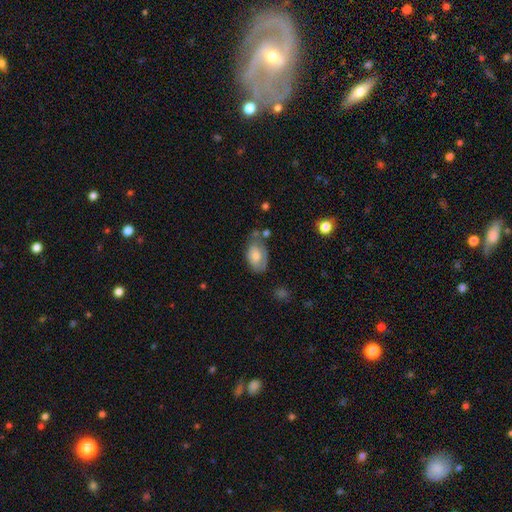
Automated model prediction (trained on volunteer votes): Smooth or featured? Predicted: smooth (p=0.67). How rounded? Predicted: in between (p=0.90). Merging? Predicted: none (p=0.47).